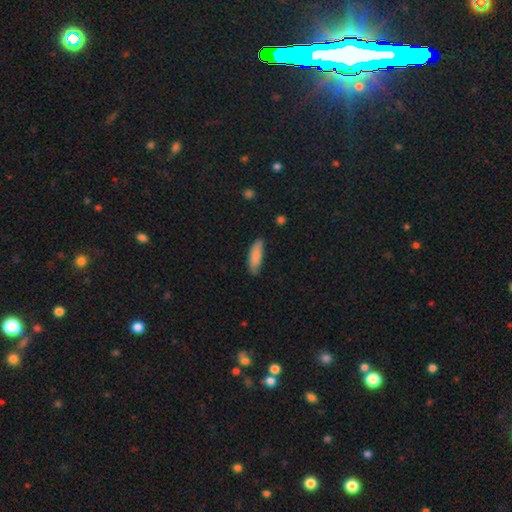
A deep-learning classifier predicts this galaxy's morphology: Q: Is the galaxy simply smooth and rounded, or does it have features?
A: smooth — 86%.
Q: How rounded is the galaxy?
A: in between — 50%.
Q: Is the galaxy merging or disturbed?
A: none — 80%.